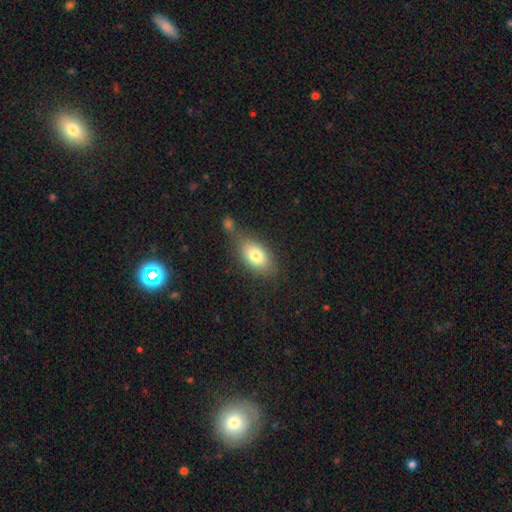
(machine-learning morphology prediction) Smooth or featured?
  - smooth: 77% *
  - featured or disk: 14%
  - star or artifact: 8%
How rounded?
  - in between: 86% *
  - round: 10%
  - cigar-shaped: 3%
Merging?
  - none: 54% *
  - merger: 20%
  - minor disturbance: 18%
  - major disturbance: 7%